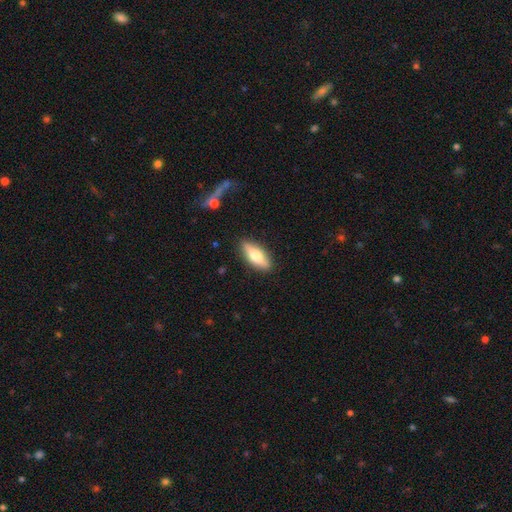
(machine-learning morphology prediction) Smooth or featured? Predicted: smooth (p=0.62). How rounded? Predicted: in between (p=0.61). Merging? Predicted: none (p=0.86).